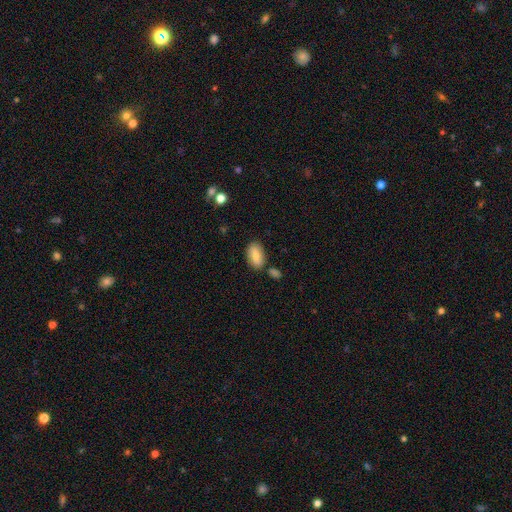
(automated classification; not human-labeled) smooth 74%, featured or disk 19%, star or artifact 7%. Down the decision tree: how rounded — in between (91%); merging — none (77%).